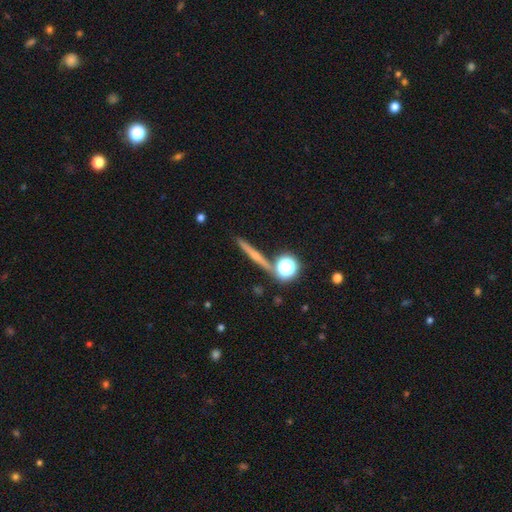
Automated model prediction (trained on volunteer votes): Smooth or featured? featured or disk (51%)
Edge-on disk? yes (95%)
Merging? none (86%)